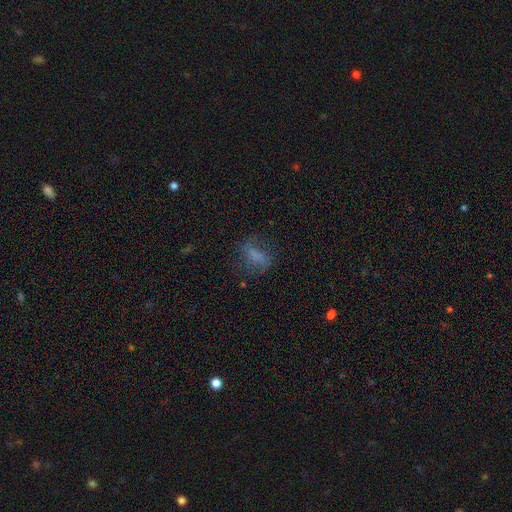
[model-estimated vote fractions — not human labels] The model was most divided on "smooth or featured": smooth: 49%, featured or disk: 36%, star or artifact: 15%. More confident: merging — none (57%).